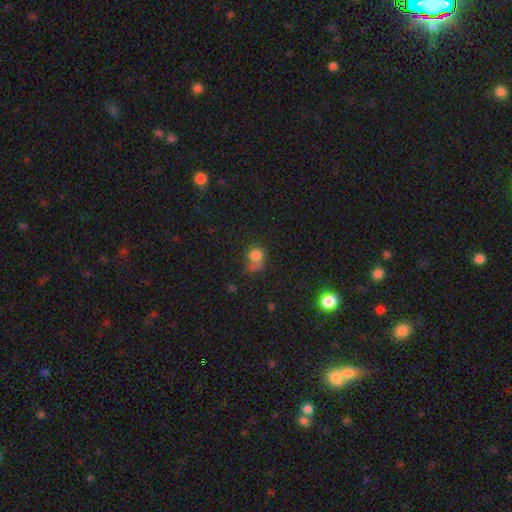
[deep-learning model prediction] Q: Smooth or featured?
A: smooth (73%); runner-up: star or artifact (14%)
Q: How rounded?
A: round (67%); runner-up: in between (31%)
Q: Merging?
A: none (33%); runner-up: major disturbance (24%)